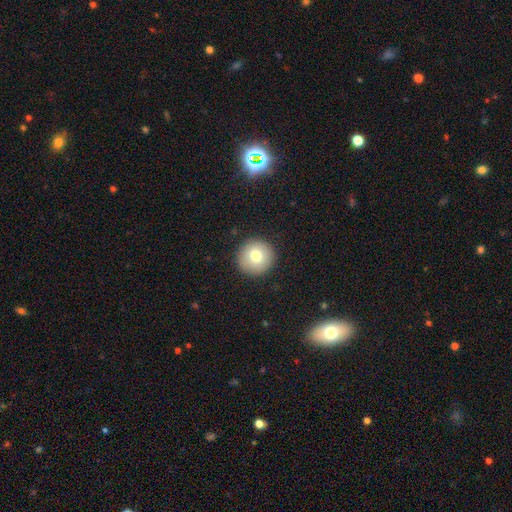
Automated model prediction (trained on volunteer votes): Overall: smooth (76%). How rounded: round (95%). Merging: none (91%).